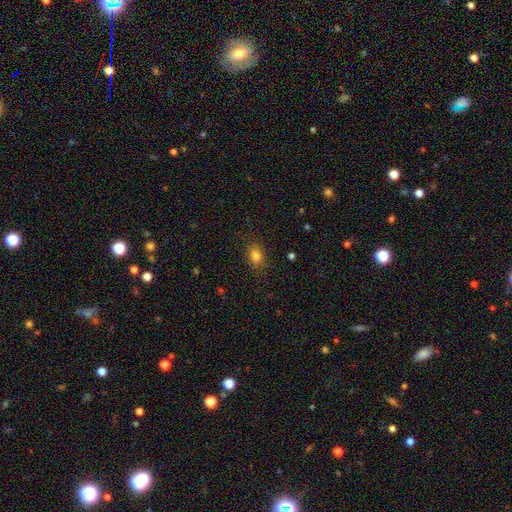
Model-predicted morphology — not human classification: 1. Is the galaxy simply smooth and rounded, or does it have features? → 82% smooth, 12% star or artifact, 6% featured or disk.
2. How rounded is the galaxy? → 64% in between, 34% round, 1% cigar-shaped.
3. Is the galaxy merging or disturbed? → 85% none, 11% minor disturbance, 3% major disturbance, 1% merger.